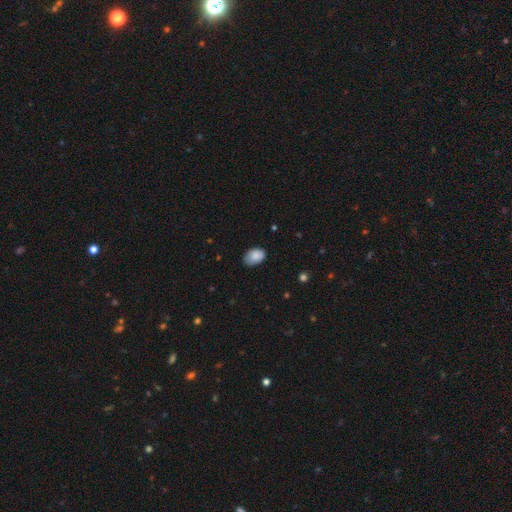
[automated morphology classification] A smooth galaxy with no disk features (85%) that is in between round and cigar-shaped (85%). Merging: none (73%).